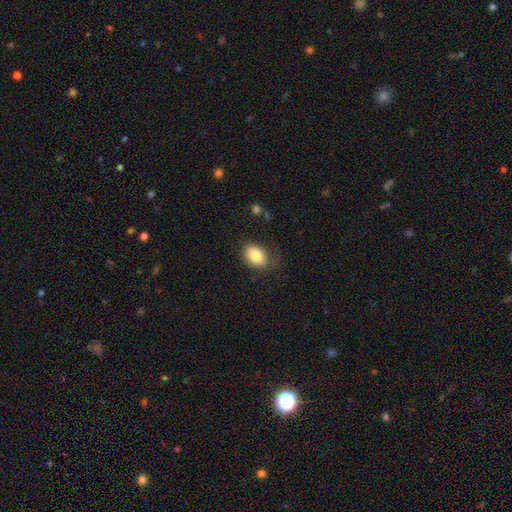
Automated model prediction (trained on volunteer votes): This appears to be a smooth galaxy with no disk features (83%) that is in between round and cigar-shaped (84%). Merging: none (72%).